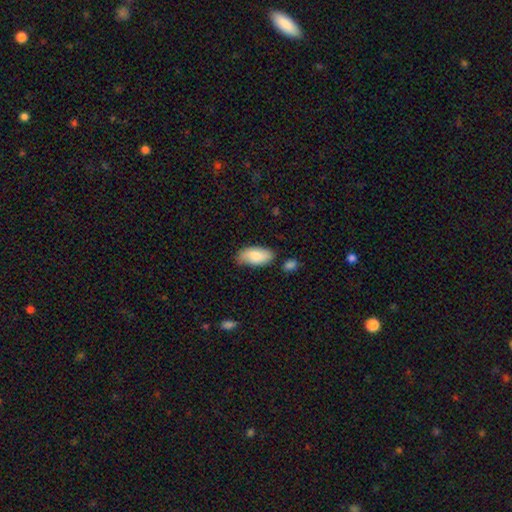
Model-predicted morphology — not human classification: A smooth galaxy with no disk features (80%) that is in between round and cigar-shaped (93%).

Vote fractions:
- Smooth or featured? smooth: 80% / featured or disk: 14% / star or artifact: 6%
- How rounded? in between: 93% / cigar-shaped: 5% / round: 3%
- Merging? none: 71% / minor disturbance: 21% / merger: 4% / major disturbance: 4%